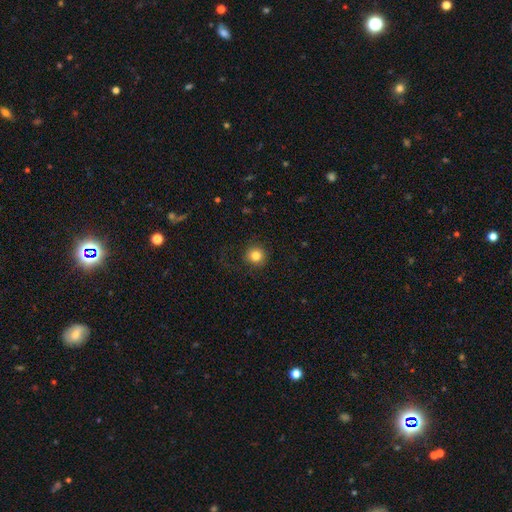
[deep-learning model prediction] Overall: smooth (82%). How rounded: round (94%). Merging: none (86%).